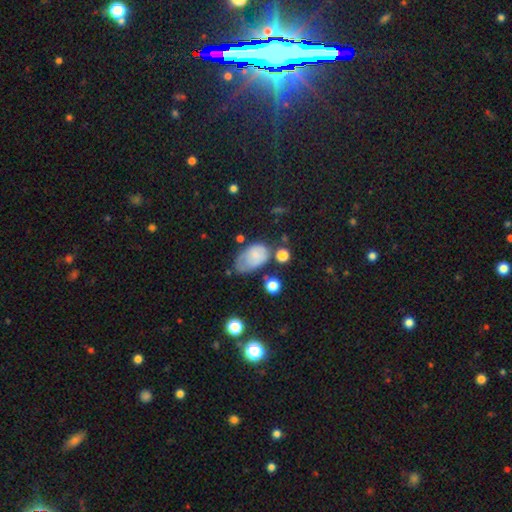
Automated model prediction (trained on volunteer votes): The model was most divided on "merging": minor disturbance: 36%, none: 35%, major disturbance: 21%, merger: 8%. More confident: how rounded — in between (89%); smooth or featured — smooth (66%).